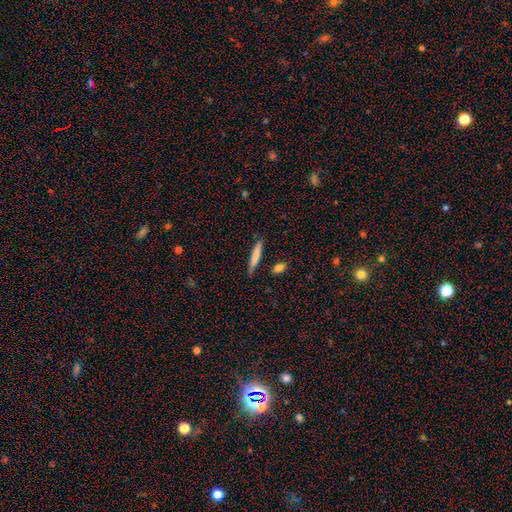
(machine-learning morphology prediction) This is likely a smooth galaxy (76%). How rounded: clearly cigar-shaped (93%). Merging: clearly none (84%).